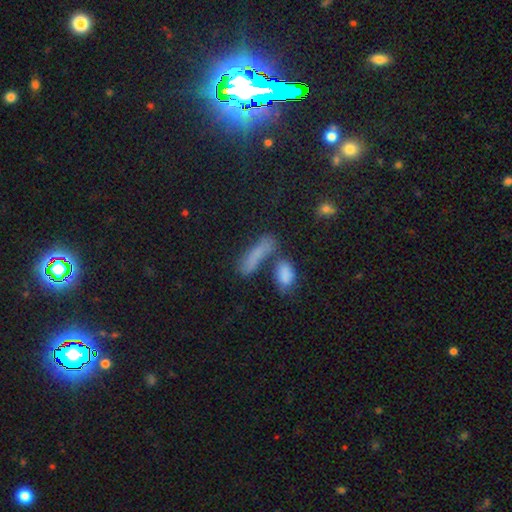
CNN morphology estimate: This appears to be a smooth galaxy with no disk features (69%) that is cigar-shaped (58%). Merging: none (42%).